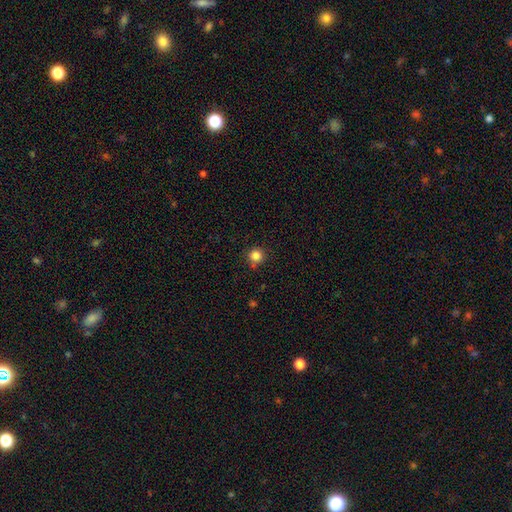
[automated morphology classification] Smooth or featured? smooth (84%)
How rounded? round (95%)
Merging? none (84%)